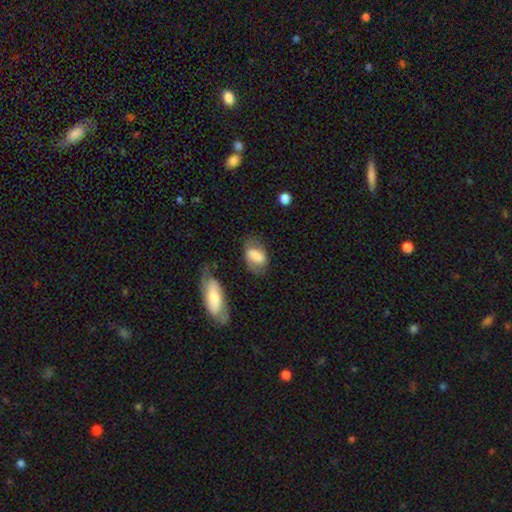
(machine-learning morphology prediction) smooth-or-featured: smooth: 64% | featured or disk: 29% | star or artifact: 8%
  how-rounded: in between: 87% | round: 11% | cigar-shaped: 3%
  merging: none: 59% | minor disturbance: 25% | major disturbance: 11% | merger: 5%